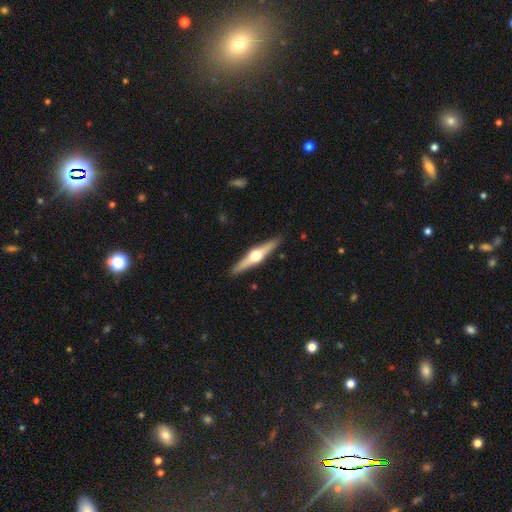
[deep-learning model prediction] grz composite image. It shows a featured or disk galaxy (75%) viewed edge-on (98%) with a rounded central bulge (96%). Merging: none (91%).